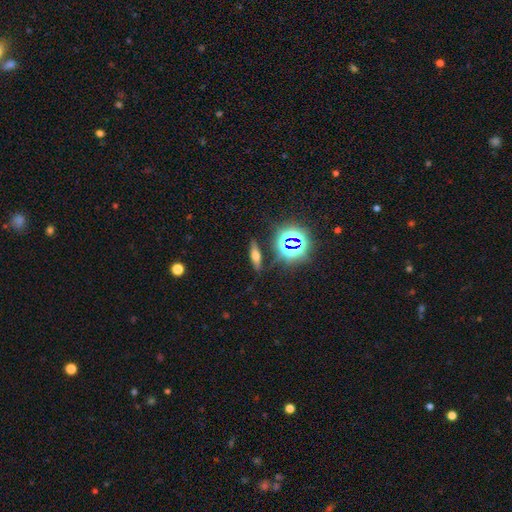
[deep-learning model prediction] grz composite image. It shows a smooth galaxy with no disk features (46%). Merging: none (83%).